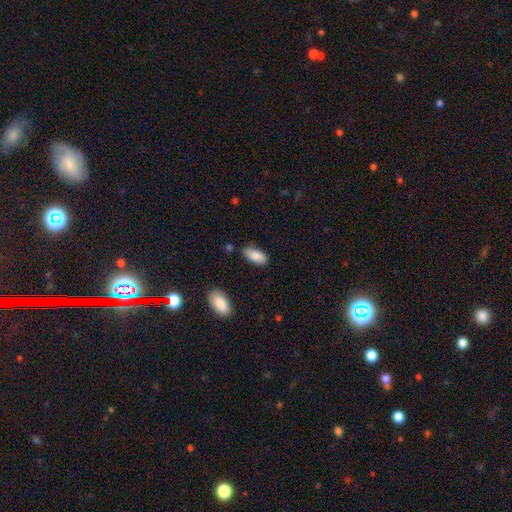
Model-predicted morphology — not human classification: Smooth or featured? Predicted: smooth (p=0.86). How rounded? Predicted: in between (p=0.88). Merging? Predicted: none (p=0.81).